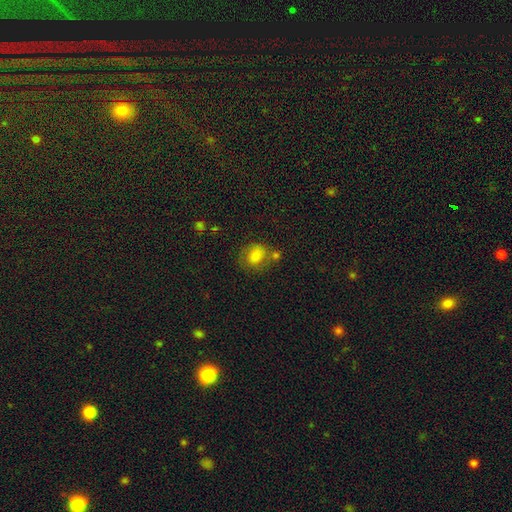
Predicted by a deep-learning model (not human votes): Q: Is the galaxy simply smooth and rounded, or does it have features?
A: smooth — 75%.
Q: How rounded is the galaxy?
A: round — 56%.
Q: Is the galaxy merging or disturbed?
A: none — 57%.